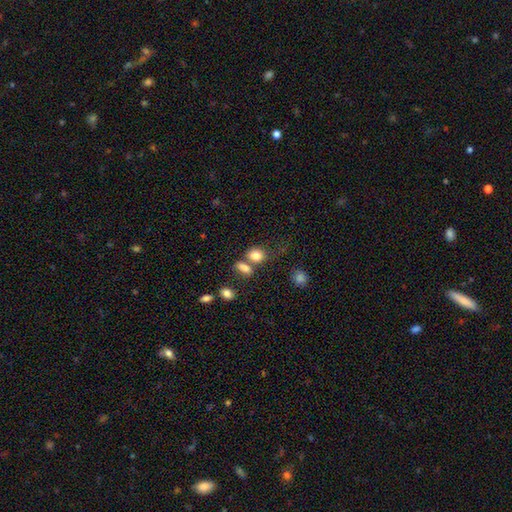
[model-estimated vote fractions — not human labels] Smooth or featured? Predicted: smooth (p=0.82). How rounded? Predicted: in between (p=0.49, tied with round). Merging? Predicted: none (p=0.47).